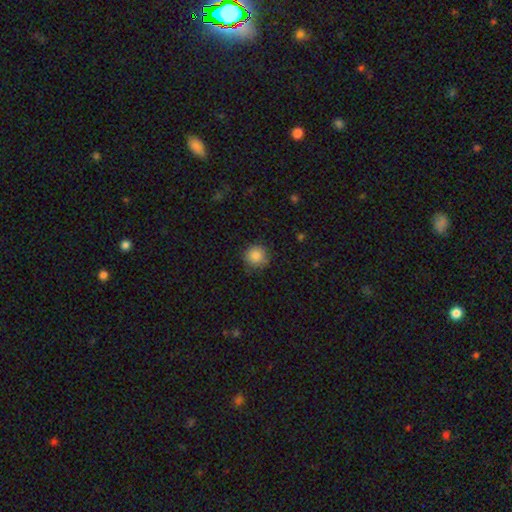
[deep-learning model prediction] Smooth or featured: smooth — 85% (star or artifact — 10%)
How rounded: round — 94% (in between — 5%)
Merging: none — 85% (minor disturbance — 11%)